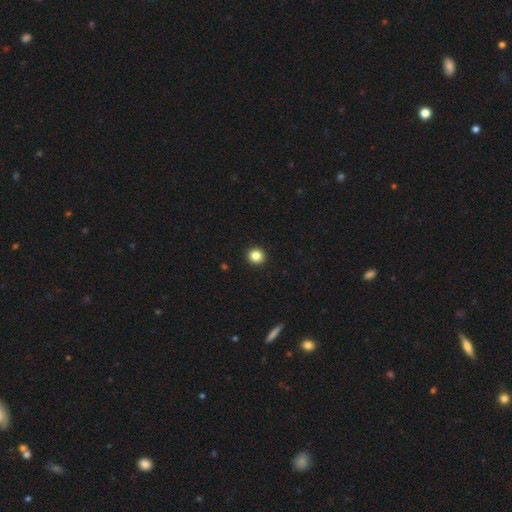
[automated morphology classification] Smooth or featured: smooth — 85% (star or artifact — 11%)
How rounded: round — 92% (in between — 7%)
Merging: none — 93% (minor disturbance — 4%)